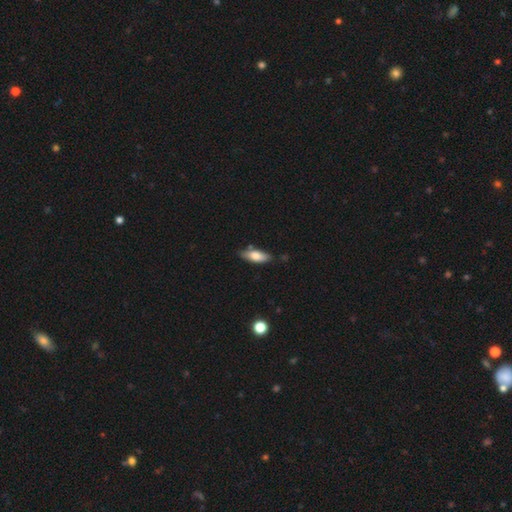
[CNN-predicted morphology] A smooth galaxy with no disk features (75%) that is in between round and cigar-shaped (69%). Merging: none (76%).